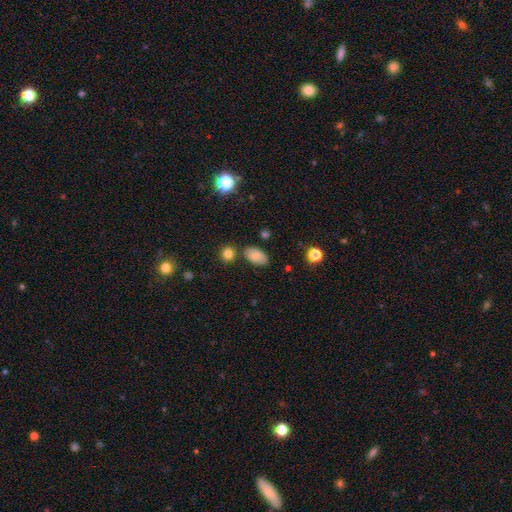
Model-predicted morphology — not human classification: Smooth or featured? Predicted: smooth (p=0.80). How rounded? Predicted: in between (p=0.93). Merging? Predicted: none (p=0.75).